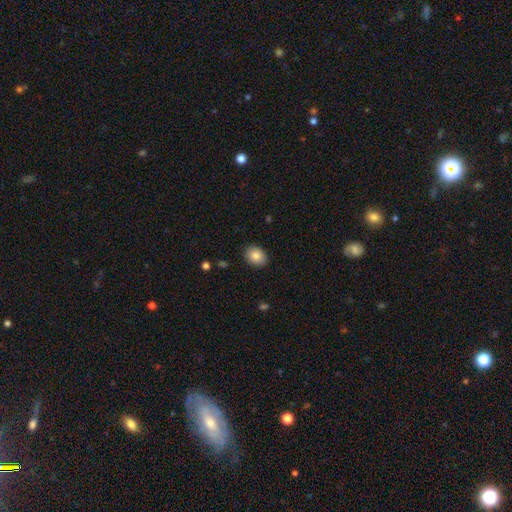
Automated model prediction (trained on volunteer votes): smooth 84%, star or artifact 8%, featured or disk 8%. Down the decision tree: how rounded — in between (59%); merging — none (89%).